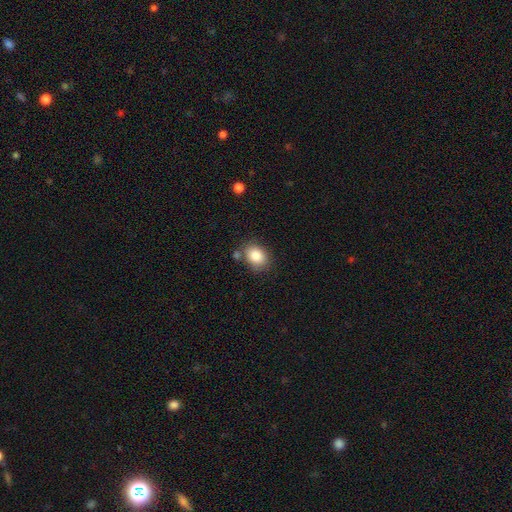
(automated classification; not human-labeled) A smooth galaxy with no disk features (85%) that is in between round and cigar-shaped (59%).

Vote fractions:
- Smooth or featured? smooth: 85% / star or artifact: 9% / featured or disk: 6%
- How rounded? in between: 59% / round: 40% / cigar-shaped: 1%
- Merging? none: 74% / minor disturbance: 14% / merger: 8% / major disturbance: 4%